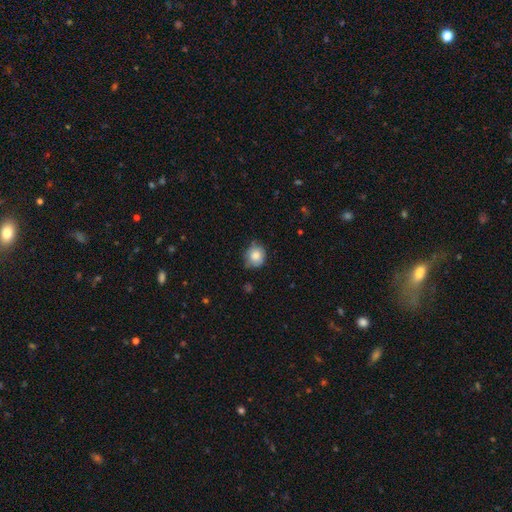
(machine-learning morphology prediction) smooth_or_featured: smooth (p=0.79) [alt: featured or disk p=0.12]
how_rounded: round (p=0.77) [alt: in between p=0.22]
merging: none (p=0.67) [alt: minor disturbance p=0.26]